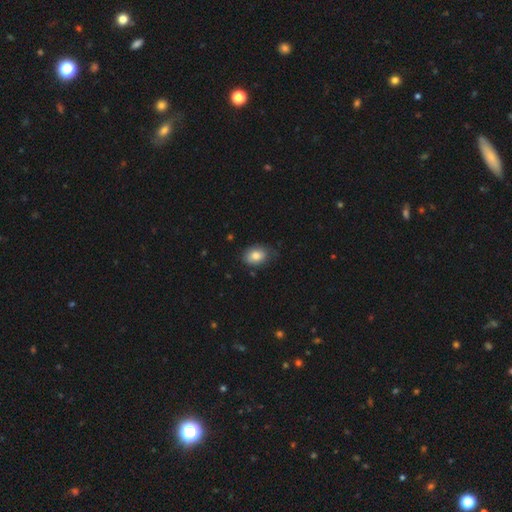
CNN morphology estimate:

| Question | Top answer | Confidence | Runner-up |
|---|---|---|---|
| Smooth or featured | smooth | 84% | featured or disk (8%) |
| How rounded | in between | 78% | round (21%) |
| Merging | none | 76% | minor disturbance (20%) |